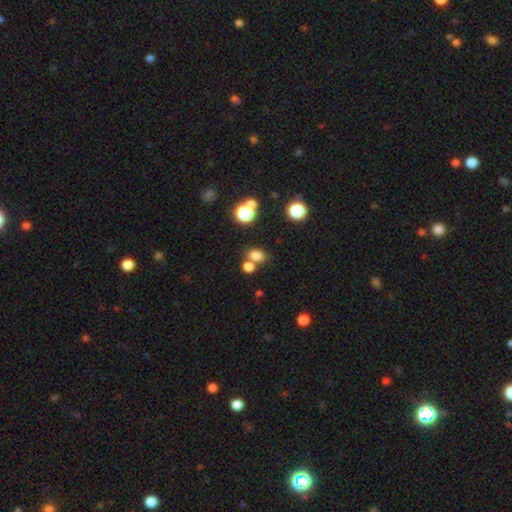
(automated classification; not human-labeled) smooth 76%, star or artifact 16%, featured or disk 7%. Down the decision tree: how rounded — in between (66%); merging — none (59%).